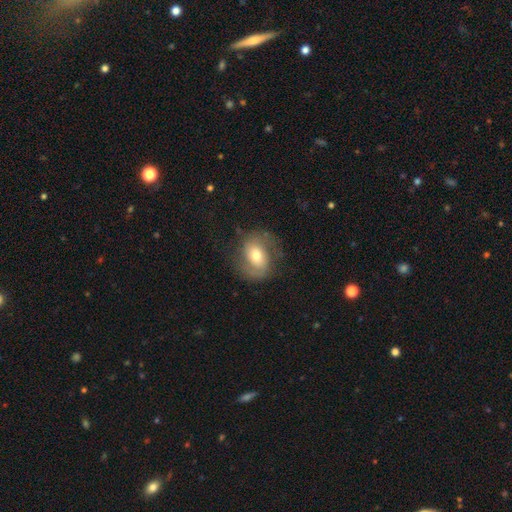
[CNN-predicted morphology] This is possibly a featured or disk galaxy (53%). It is clearly not viewed edge-on (96%). Bar: possibly no (55%). Spiral arm pattern: likely yes (78%). Central bulge: likely moderate (68%). Merging: likely none (65%).